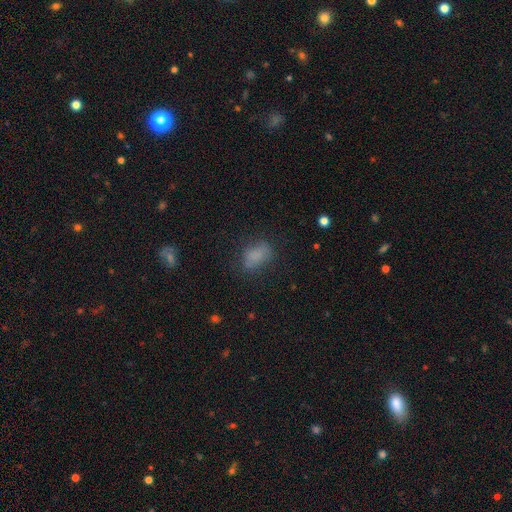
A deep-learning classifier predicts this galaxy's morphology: Smooth or featured? smooth (75%)
How rounded? in between (82%)
Merging? none (63%)